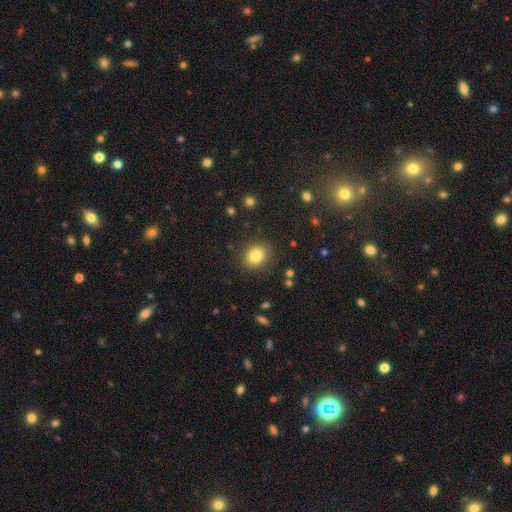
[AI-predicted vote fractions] This is clearly a smooth galaxy (82%). How rounded: likely round (61%). Merging: clearly none (86%).